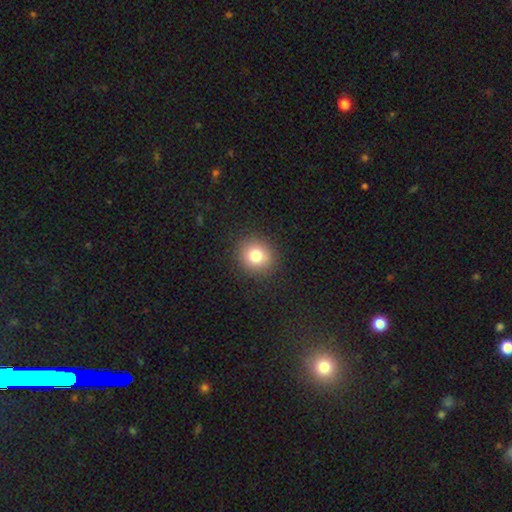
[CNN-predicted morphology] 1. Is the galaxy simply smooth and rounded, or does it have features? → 81% smooth, 11% star or artifact, 8% featured or disk.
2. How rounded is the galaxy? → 86% round, 13% in between, 1% cigar-shaped.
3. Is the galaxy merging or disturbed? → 90% none, 7% minor disturbance, 2% major disturbance, 1% merger.